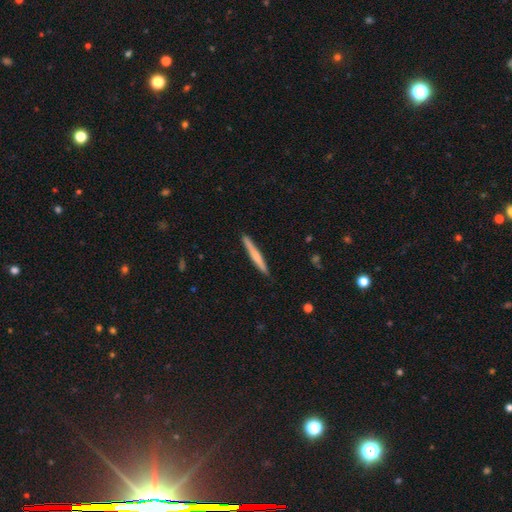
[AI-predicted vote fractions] Overall: smooth (58%; featured or disk 37%). How rounded: cigar-shaped (96%). Merging: none (91%).